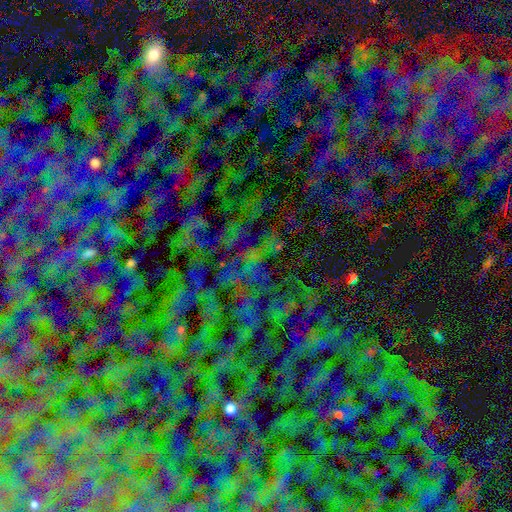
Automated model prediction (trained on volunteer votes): smooth_or_featured: star or artifact (p=0.75) [alt: smooth p=0.14]